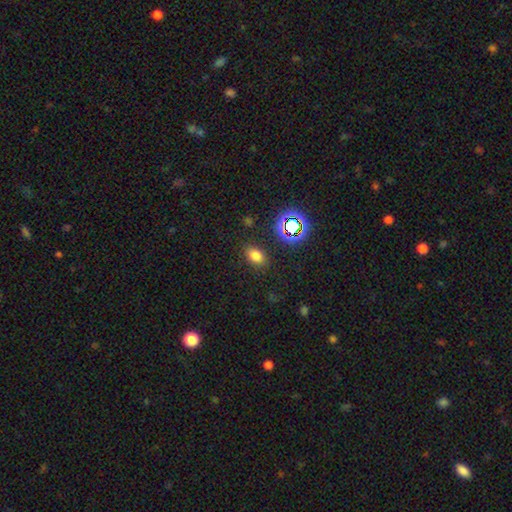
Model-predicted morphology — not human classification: This appears to be a smooth galaxy with no disk features (73%) that is in between round and cigar-shaped (81%). Merging: none (85%).